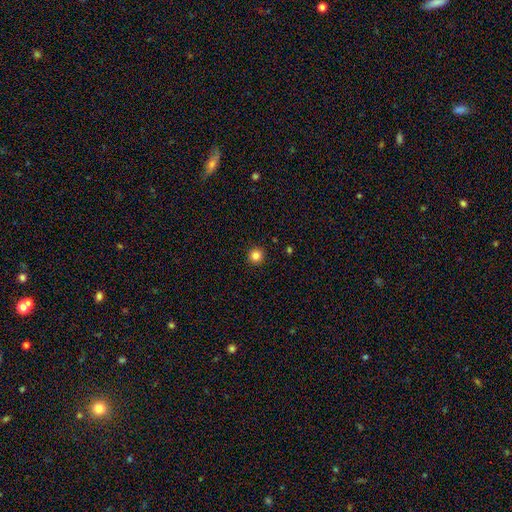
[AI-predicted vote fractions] The model was most divided on "smooth or featured": smooth: 84%, star or artifact: 12%, featured or disk: 4%. More confident: how rounded — round (95%); merging — none (93%).